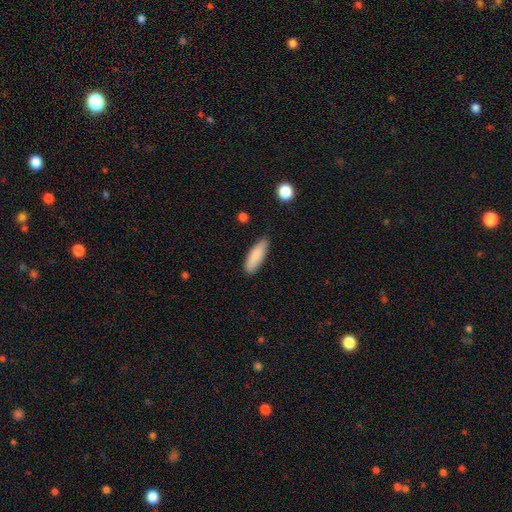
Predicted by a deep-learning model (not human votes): Overall: smooth (87%). How rounded: in between (56%; cigar-shaped 42%). Merging: none (82%).